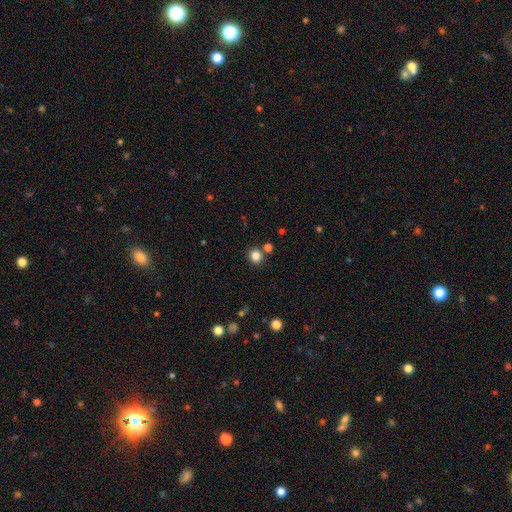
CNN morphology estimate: Smooth or featured? smooth (83%)
How rounded? round (88%)
Merging? none (81%)